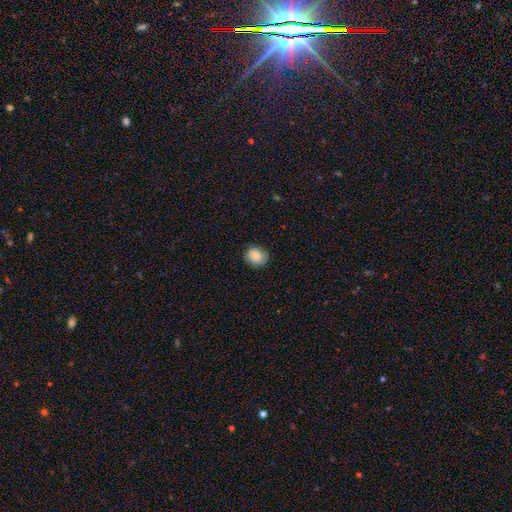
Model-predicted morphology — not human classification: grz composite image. It shows a smooth galaxy with no disk features (85%) that is round (64%). Merging: none (84%).